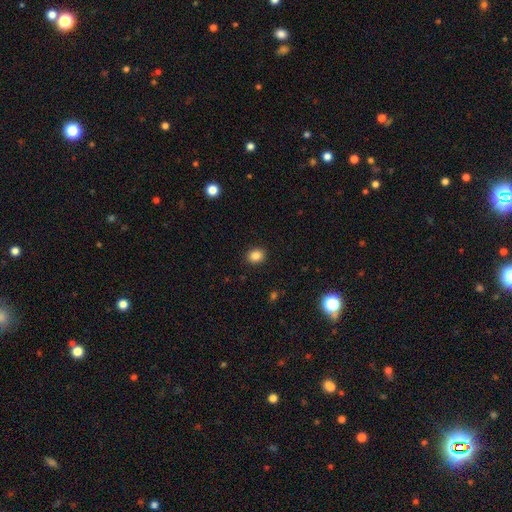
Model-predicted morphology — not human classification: Q: Smooth or featured?
A: smooth (86%); runner-up: star or artifact (10%)
Q: How rounded?
A: round (57%); runner-up: in between (42%)
Q: Merging?
A: none (91%); runner-up: minor disturbance (6%)